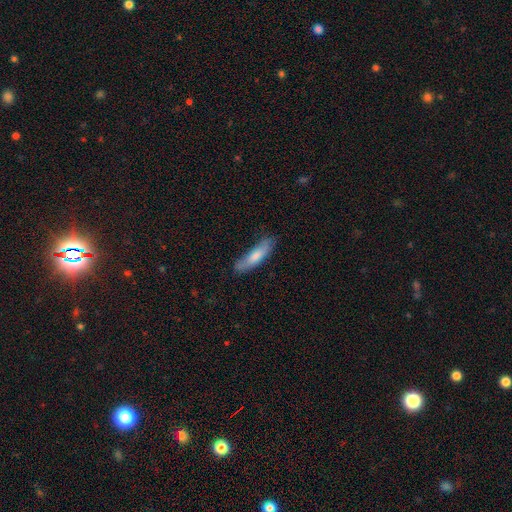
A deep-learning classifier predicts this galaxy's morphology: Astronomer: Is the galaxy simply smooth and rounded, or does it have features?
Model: smooth — 75%.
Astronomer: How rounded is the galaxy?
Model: cigar-shaped — 70%.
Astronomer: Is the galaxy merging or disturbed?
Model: none — 73%.